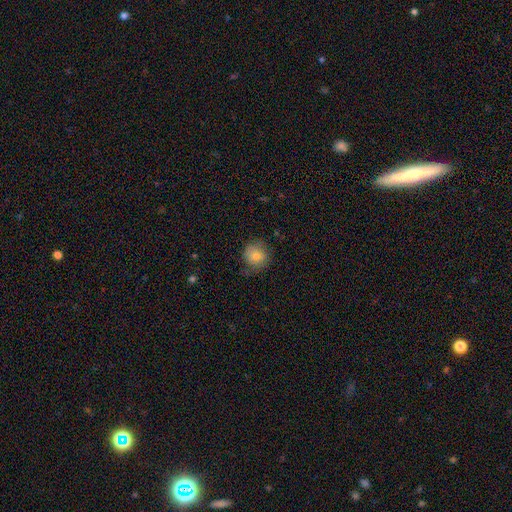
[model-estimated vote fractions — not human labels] Overall: smooth (78%). How rounded: round (83%). Merging: none (74%).